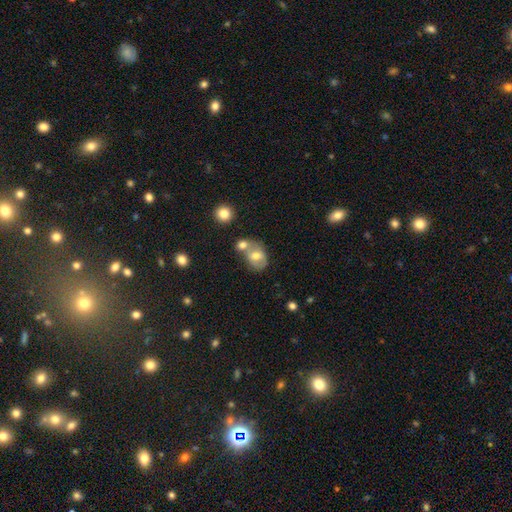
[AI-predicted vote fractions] The model was most divided on "merging": merger: 46%, none: 34%, minor disturbance: 14%, major disturbance: 6%. More confident: how rounded — in between (60%); smooth or featured — smooth (59%).